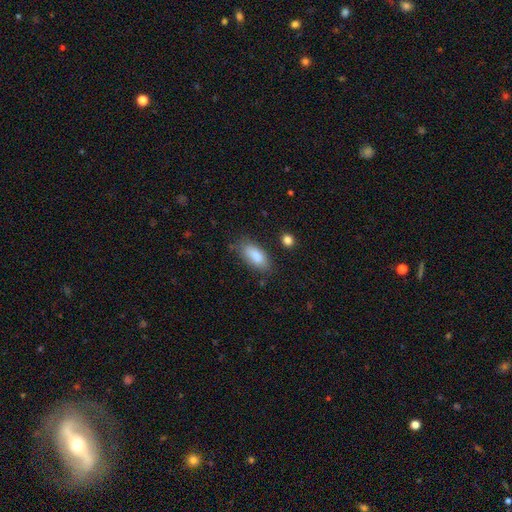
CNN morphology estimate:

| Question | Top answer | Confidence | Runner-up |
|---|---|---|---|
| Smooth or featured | smooth | 86% | featured or disk (7%) |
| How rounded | in between | 84% | cigar-shaped (13%) |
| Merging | none | 74% | minor disturbance (18%) |